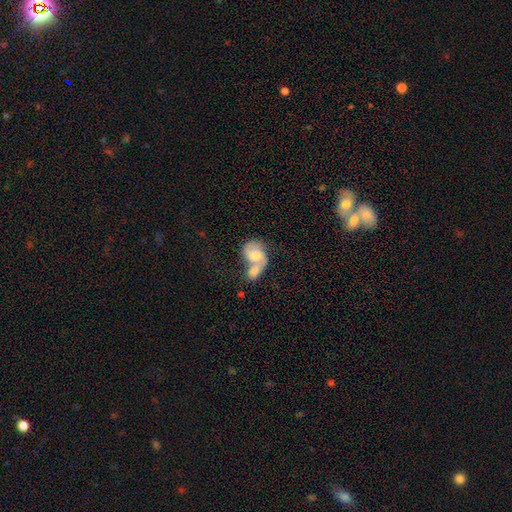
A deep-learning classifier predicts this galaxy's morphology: A featured or disk galaxy (52%) with no bar (63%), spiral arms (77%) and a moderate central bulge (52%).

Vote fractions:
- Smooth or featured? featured or disk: 52% / smooth: 40% / star or artifact: 7%
- Edge-on disk? no: 97% / yes: 3%
- Bar? no: 63% / weak: 31% / strong: 7%
- Spiral arms? yes: 77% / no: 23%
- Bulge size? moderate: 52% / small: 23% / large: 14% / none: 9% / dominant: 2%
- Merging? merger: 71% / none: 15% / minor disturbance: 7% / major disturbance: 6%